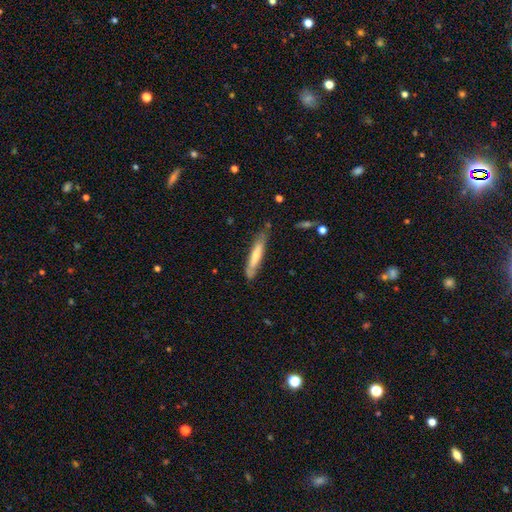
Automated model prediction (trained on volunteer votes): The model was most divided on "smooth or featured": smooth: 62%, featured or disk: 32%, star or artifact: 6%. More confident: how rounded — cigar-shaped (90%); merging — none (73%).